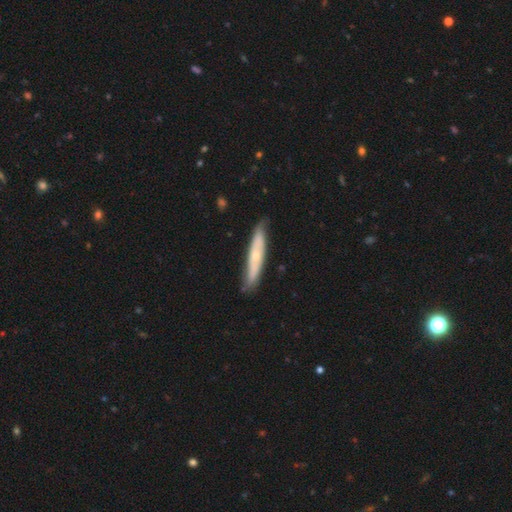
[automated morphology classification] type=featured or disk (54%); edge-on=yes (64%); merging=none (79%).